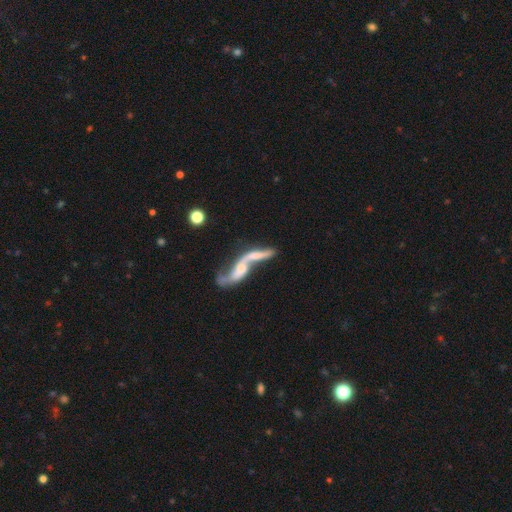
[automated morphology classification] smooth-or-featured: featured or disk: 71% | smooth: 22% | star or artifact: 7%
  disk-edge-on: no: 81% | yes: 19%
    bar: no: 58% | weak: 29% | strong: 13%
    has-spiral-arms: yes: 76% | no: 24%
    bulge-size: small: 34% | moderate: 29% | none: 29% | large: 6% | dominant: 2%
  merging: merger: 55% | none: 21% | major disturbance: 14% | minor disturbance: 9%